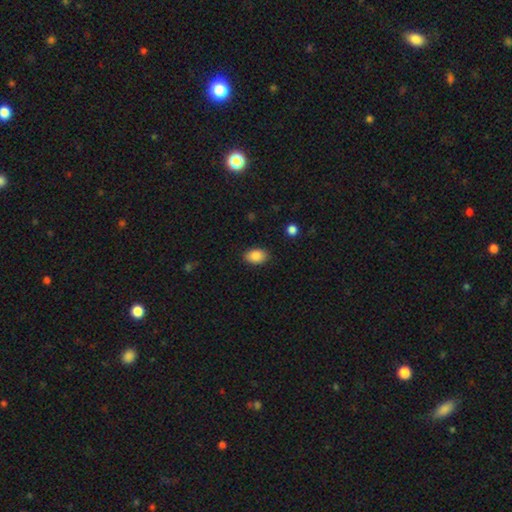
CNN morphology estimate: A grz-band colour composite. It shows a smooth galaxy with no disk features (87%) that is in between round and cigar-shaped (87%). Merging: none (87%).